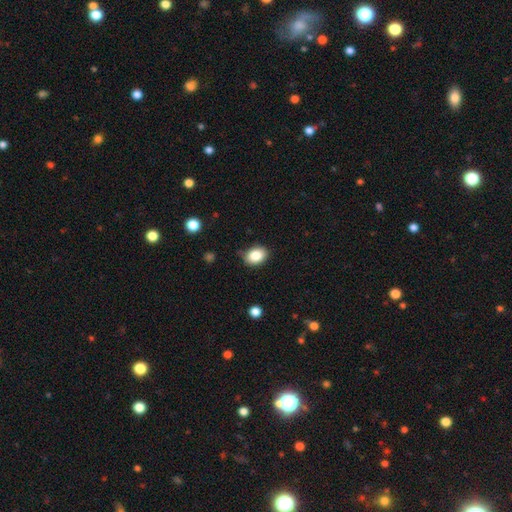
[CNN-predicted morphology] Smooth or featured? Predicted: smooth (p=0.86). How rounded? Predicted: in between (p=0.71). Merging? Predicted: none (p=0.81).